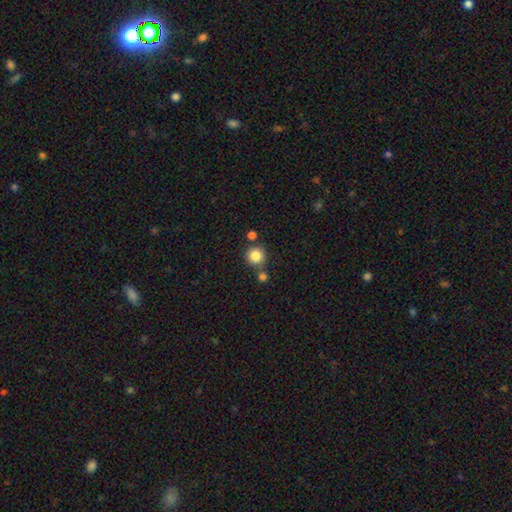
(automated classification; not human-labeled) This is clearly a smooth galaxy (83%). How rounded: clearly round (93%). Merging: likely none (74%).